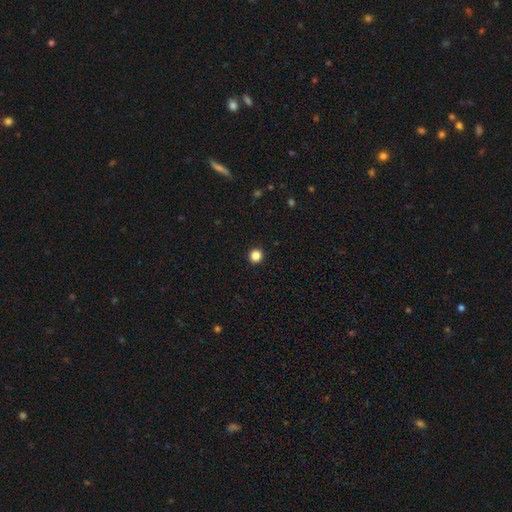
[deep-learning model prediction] A smooth galaxy with no disk features (86%) that is round (95%). Merging: none (94%).